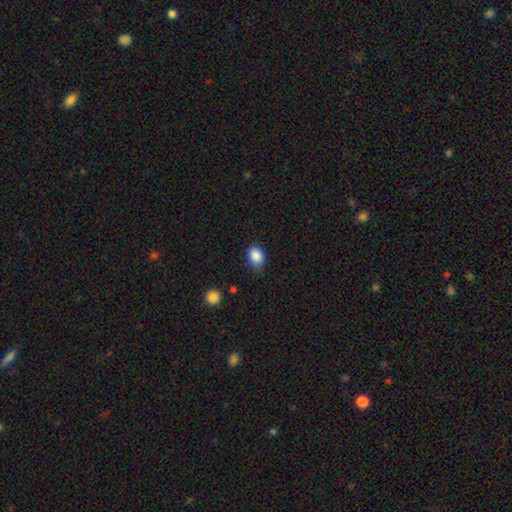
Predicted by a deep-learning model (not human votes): This appears to be a smooth galaxy with no disk features (87%) that is in between round and cigar-shaped (60%). Merging: none (77%).